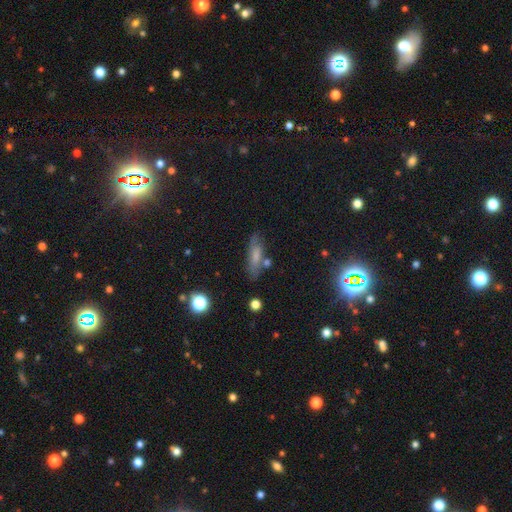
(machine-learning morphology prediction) type=smooth (66%); roundness=cigar-shaped (53%); merging=none (69%).